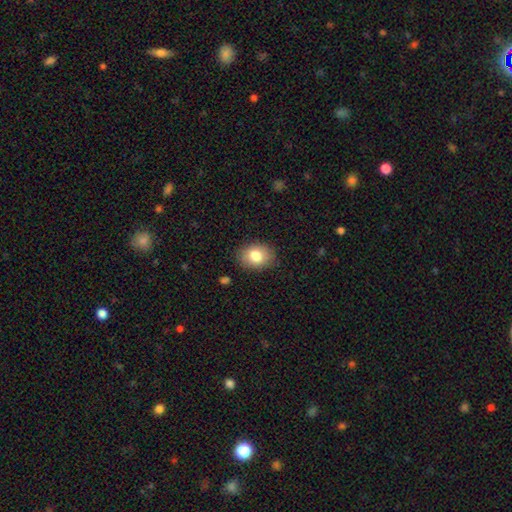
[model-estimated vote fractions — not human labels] Q: Smooth or featured?
A: smooth (81%); runner-up: featured or disk (10%)
Q: How rounded?
A: in between (63%); runner-up: round (37%)
Q: Merging?
A: none (86%); runner-up: minor disturbance (11%)